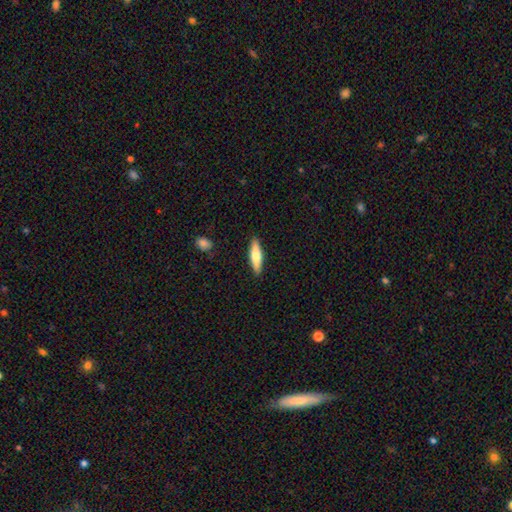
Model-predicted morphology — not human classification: Q: Smooth or featured?
A: smooth (63%); runner-up: featured or disk (32%)
Q: How rounded?
A: cigar-shaped (63%); runner-up: in between (35%)
Q: Merging?
A: none (89%); runner-up: minor disturbance (8%)